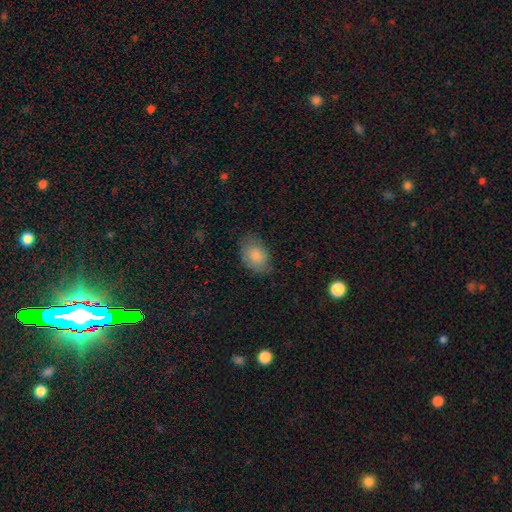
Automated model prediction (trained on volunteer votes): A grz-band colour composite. It shows a smooth galaxy with no disk features (82%) that is in between round and cigar-shaped (81%). Merging: none (72%).